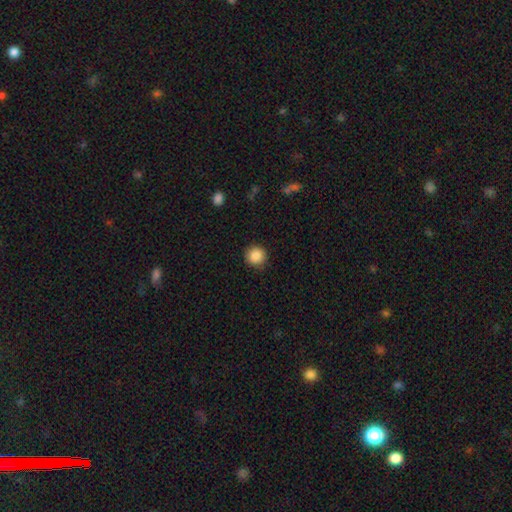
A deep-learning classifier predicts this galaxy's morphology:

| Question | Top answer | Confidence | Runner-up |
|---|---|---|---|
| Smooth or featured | smooth | 87% | star or artifact (9%) |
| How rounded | round | 93% | in between (6%) |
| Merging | none | 90% | minor disturbance (7%) |